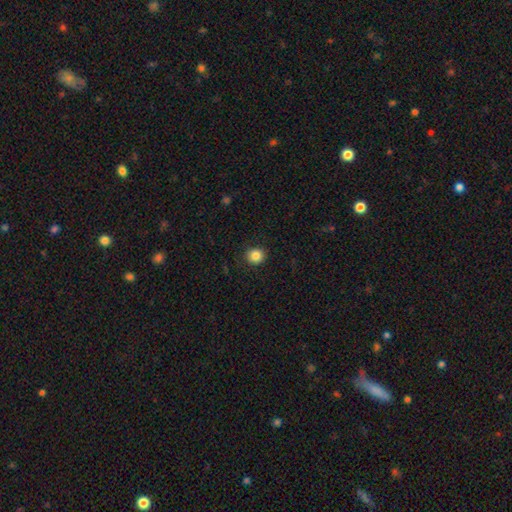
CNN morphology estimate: A smooth galaxy with no disk features (84%) that is round (88%).

Vote fractions:
- Smooth or featured? smooth: 84% / star or artifact: 10% / featured or disk: 5%
- How rounded? round: 88% / in between: 11% / cigar-shaped: 1%
- Merging? none: 90% / minor disturbance: 7% / major disturbance: 2% / merger: 1%